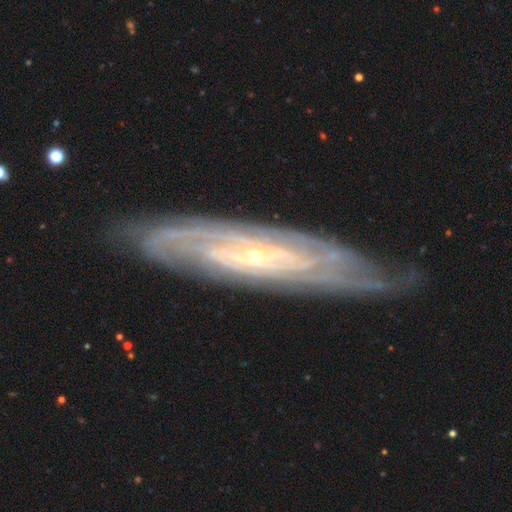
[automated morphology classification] smooth-or-featured: featured or disk: 85% | smooth: 8% | star or artifact: 6%
  disk-edge-on: no: 74% | yes: 26%
    bar: no: 52% | weak: 32% | strong: 16%
    has-spiral-arms: yes: 95% | no: 5%
      spiral-winding: tight: 69% | medium: 25% | loose: 6%
      spiral-arm-count: can't tell: 43% | 2: 21% | 3: 12% | 4: 10% | more than 4: 8% | 1: 6%
    bulge-size: small: 84% | moderate: 11% | none: 2% | large: 1% | dominant: 1%
  merging: none: 76% | minor disturbance: 17% | major disturbance: 5% | merger: 2%